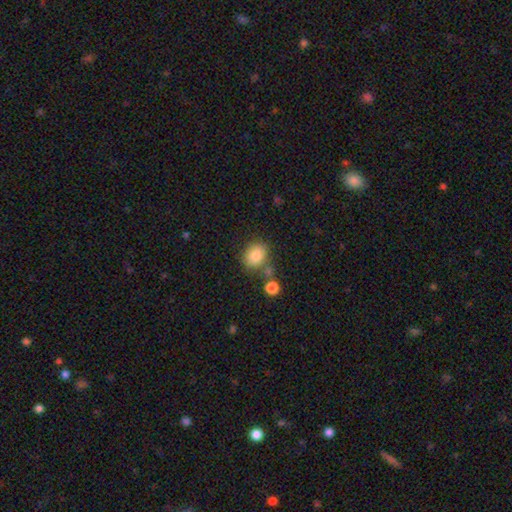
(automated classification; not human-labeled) This appears to be a smooth galaxy with no disk features (83%) that is round (57%). Merging: none (70%).